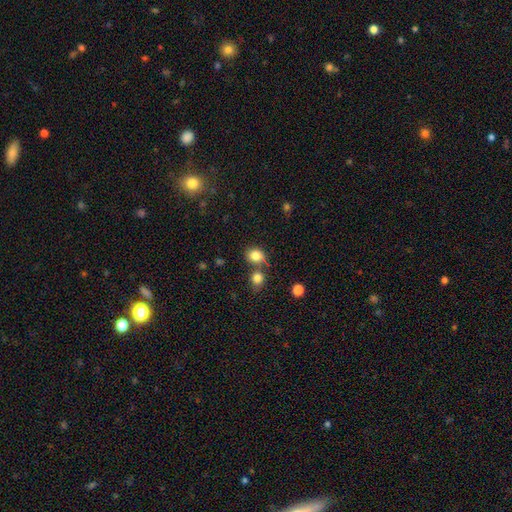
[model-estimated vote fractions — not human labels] smooth_or_featured: smooth (p=0.83) [alt: star or artifact p=0.11]
how_rounded: round (p=0.61) [alt: in between p=0.38]
merging: none (p=0.58) [alt: merger p=0.24]